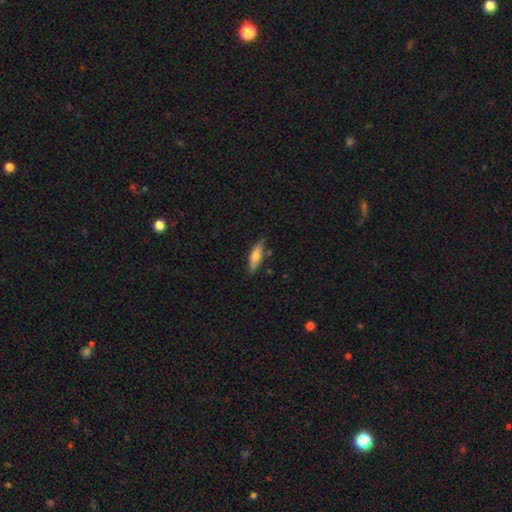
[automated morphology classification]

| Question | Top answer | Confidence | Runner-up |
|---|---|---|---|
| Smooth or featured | smooth | 67% | featured or disk (27%) |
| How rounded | cigar-shaped | 55% | in between (43%) |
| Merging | none | 78% | minor disturbance (16%) |